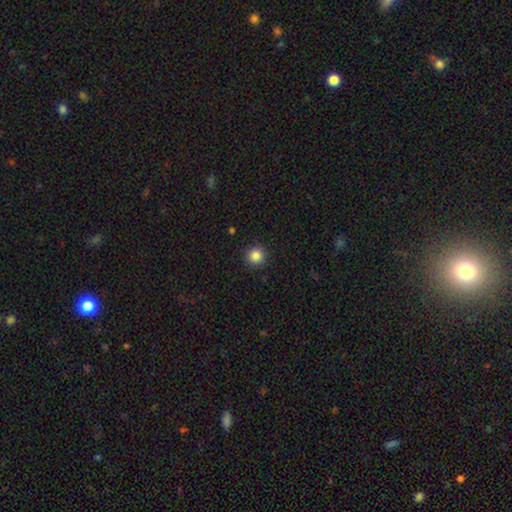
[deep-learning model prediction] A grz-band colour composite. It shows a smooth galaxy with no disk features (86%) that is round (95%). Merging: none (92%).